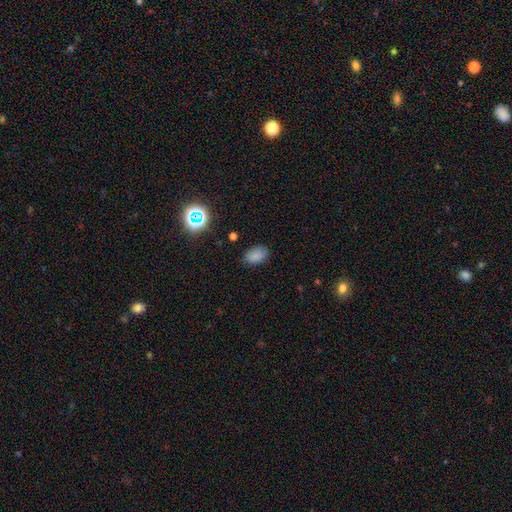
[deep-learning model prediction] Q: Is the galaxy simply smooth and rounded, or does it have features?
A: smooth — 81%.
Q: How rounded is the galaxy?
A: in between — 86%.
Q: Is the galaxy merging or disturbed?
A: none — 81%.